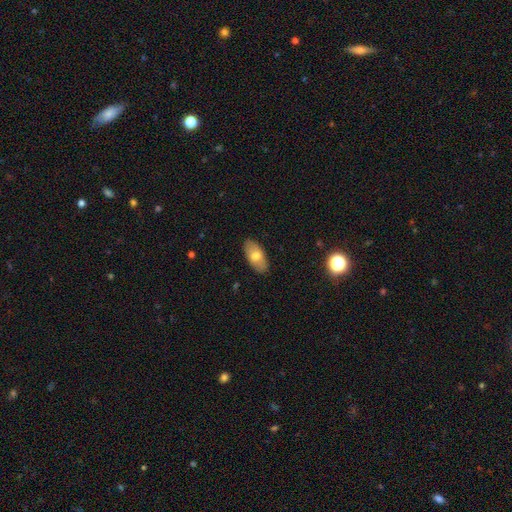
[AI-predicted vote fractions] smooth 71%, featured or disk 23%, star or artifact 6%. Down the decision tree: how rounded — in between (93%); merging — none (87%).